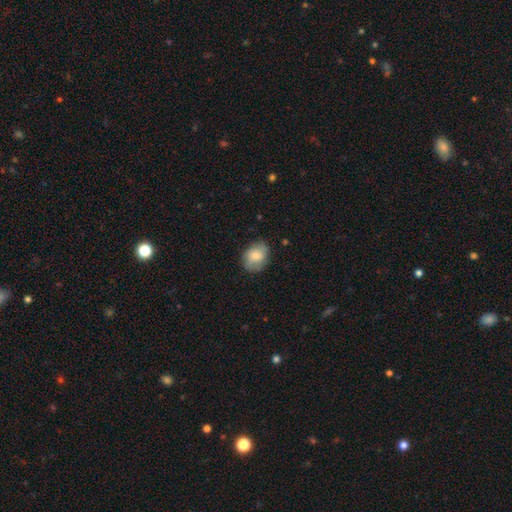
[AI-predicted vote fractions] Smooth or featured: smooth — 72% (featured or disk — 20%)
How rounded: in between — 54% (round — 45%)
Merging: none — 78% (minor disturbance — 17%)